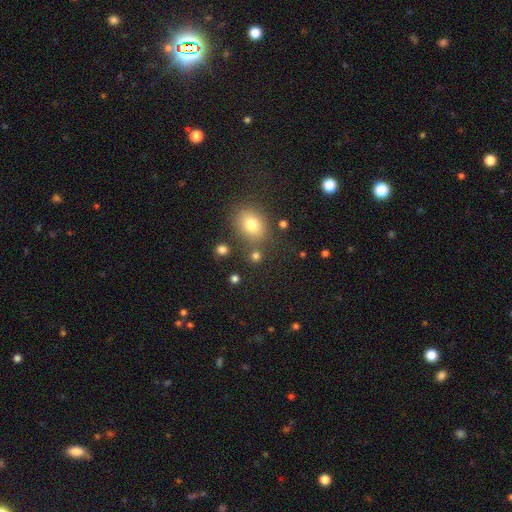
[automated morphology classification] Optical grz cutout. It shows a smooth galaxy with no disk features (75%) that is round (76%). Merging: none (75%).